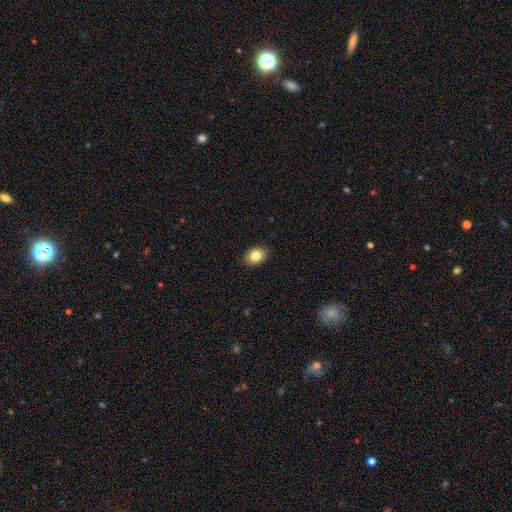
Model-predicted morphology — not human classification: This is clearly a smooth galaxy (84%). How rounded: likely in between (70%). Merging: clearly none (89%).